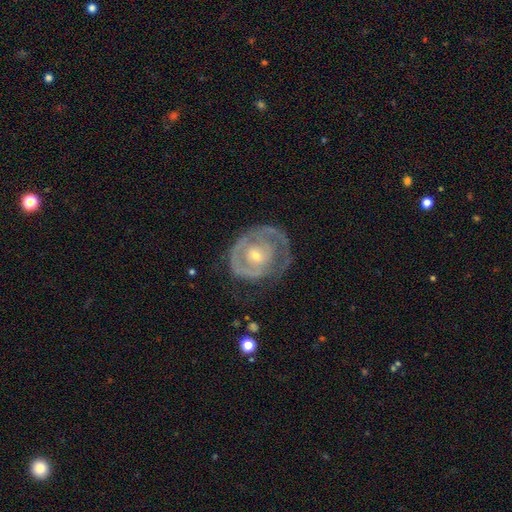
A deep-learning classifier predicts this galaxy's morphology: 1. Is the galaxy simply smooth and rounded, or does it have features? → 77% featured or disk, 18% smooth, 6% star or artifact.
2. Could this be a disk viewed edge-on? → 97% no, 3% yes.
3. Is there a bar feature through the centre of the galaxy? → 71% no, 22% weak, 6% strong.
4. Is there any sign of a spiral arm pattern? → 67% yes, 33% no.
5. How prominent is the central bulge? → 61% small, 36% moderate, 2% large, 1% none, 1% dominant.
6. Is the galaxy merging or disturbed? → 52% none, 24% minor disturbance, 22% major disturbance, 2% merger.